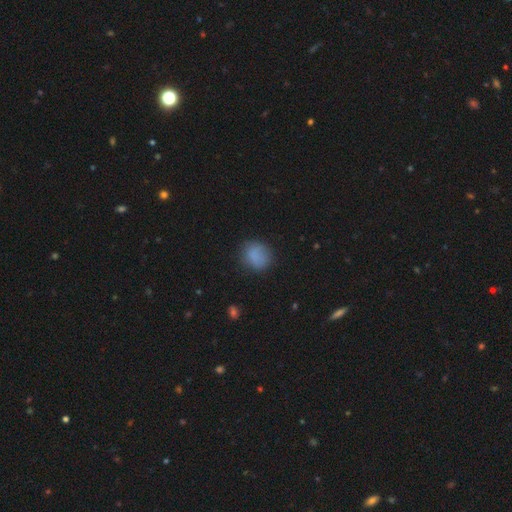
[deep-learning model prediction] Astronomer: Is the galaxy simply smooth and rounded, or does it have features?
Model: smooth — 84%.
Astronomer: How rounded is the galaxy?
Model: round — 73%.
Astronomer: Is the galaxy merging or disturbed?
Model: none — 76%.